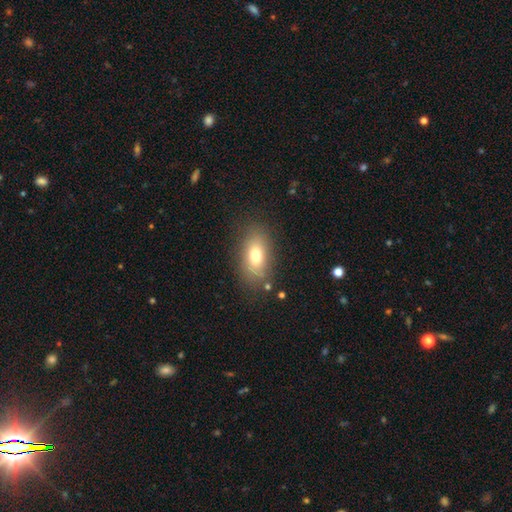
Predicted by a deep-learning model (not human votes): This appears to be a smooth galaxy with no disk features (73%) that is in between round and cigar-shaped (87%). Merging: none (78%).